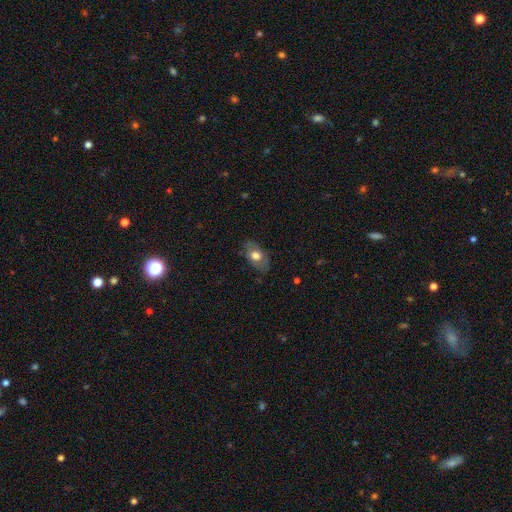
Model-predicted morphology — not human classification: Smooth or featured?
  - smooth: 63% *
  - featured or disk: 30%
  - star or artifact: 7%
How rounded?
  - in between: 89% *
  - round: 9%
  - cigar-shaped: 2%
Merging?
  - none: 77% *
  - minor disturbance: 17%
  - major disturbance: 4%
  - merger: 1%